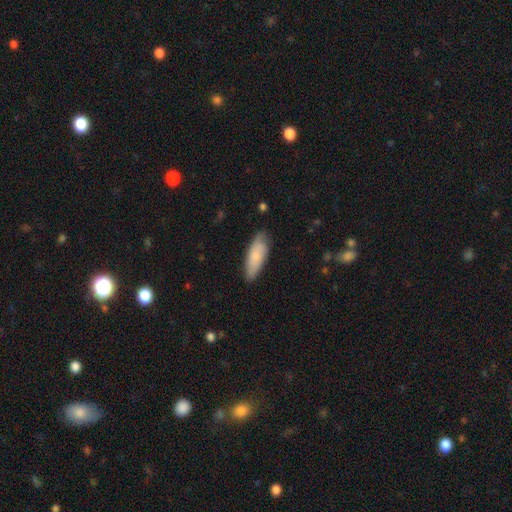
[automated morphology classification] A smooth galaxy with no disk features (78%) that is in between round and cigar-shaped (63%). Merging: none (78%).